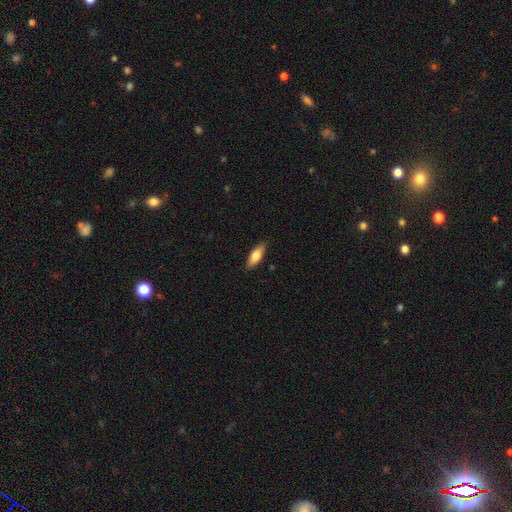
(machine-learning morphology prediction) This is likely a smooth galaxy (75%). How rounded: likely in between (66%). Merging: clearly none (86%).